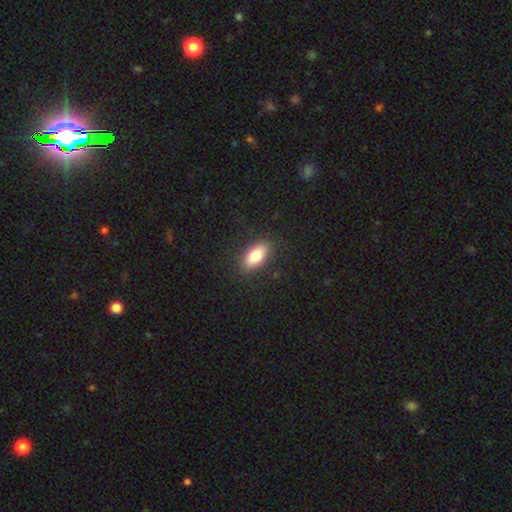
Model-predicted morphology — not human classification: Q: Smooth or featured?
A: smooth (80%); runner-up: featured or disk (13%)
Q: How rounded?
A: in between (86%); runner-up: cigar-shaped (11%)
Q: Merging?
A: none (88%); runner-up: minor disturbance (9%)